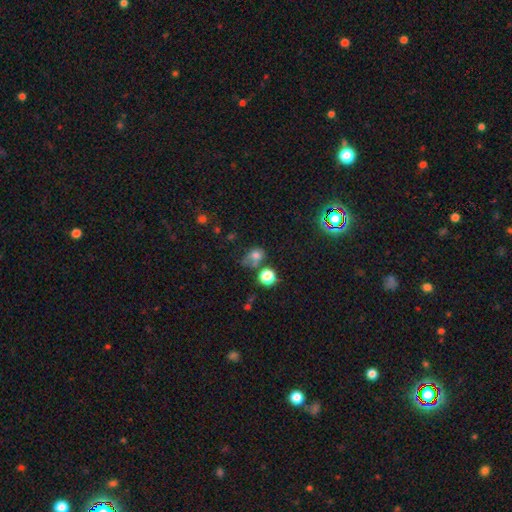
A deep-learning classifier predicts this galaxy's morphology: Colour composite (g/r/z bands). It shows a smooth galaxy with no disk features (69%) that is round (57%). Merging: none (40%).